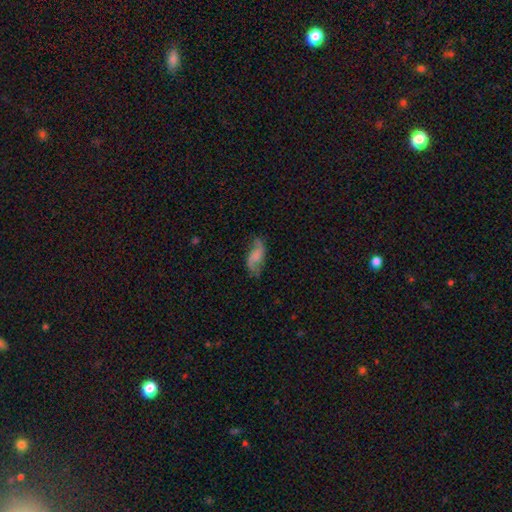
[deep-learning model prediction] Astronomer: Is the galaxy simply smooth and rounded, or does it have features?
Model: featured or disk — 52% (runner-up: smooth, 39%).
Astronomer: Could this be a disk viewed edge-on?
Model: no — 94%.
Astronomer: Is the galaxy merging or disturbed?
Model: none — 59%.